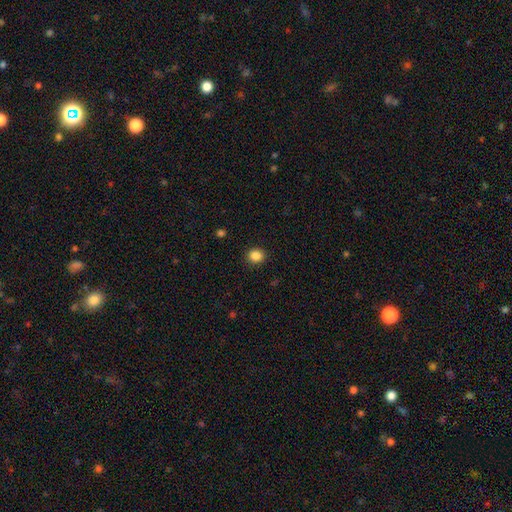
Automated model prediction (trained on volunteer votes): Overall: smooth (86%). How rounded: round (77%). Merging: none (91%).